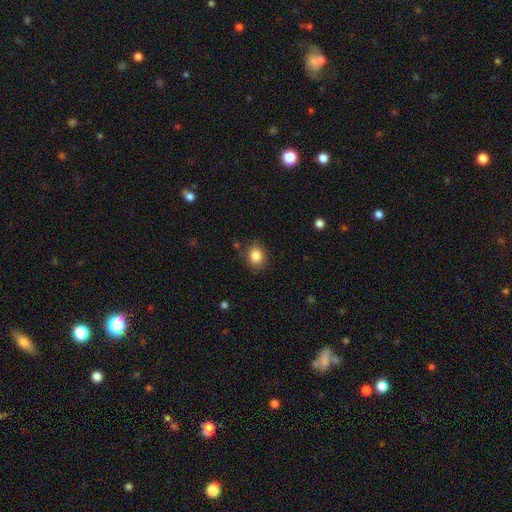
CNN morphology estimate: A smooth galaxy with no disk features (85%) that is round (66%).

Vote fractions:
- Smooth or featured? smooth: 85% / star or artifact: 10% / featured or disk: 5%
- How rounded? round: 66% / in between: 33% / cigar-shaped: 1%
- Merging? none: 82% / minor disturbance: 12% / major disturbance: 3% / merger: 2%